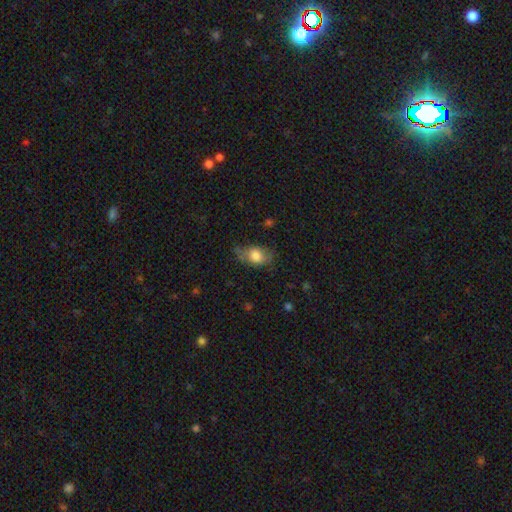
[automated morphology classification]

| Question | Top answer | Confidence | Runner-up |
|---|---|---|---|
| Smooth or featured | smooth | 74% | featured or disk (18%) |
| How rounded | in between | 80% | round (17%) |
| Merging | none | 55% | minor disturbance (31%) |